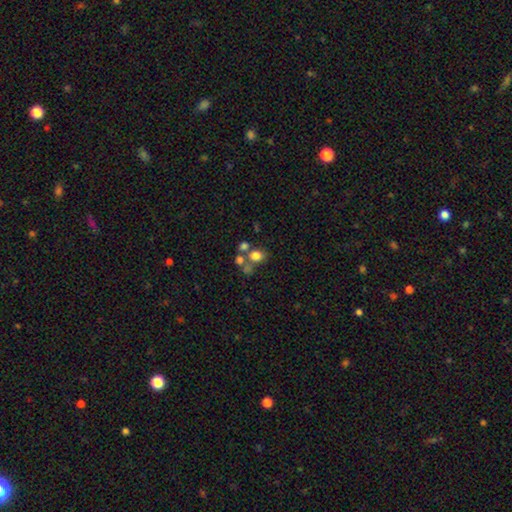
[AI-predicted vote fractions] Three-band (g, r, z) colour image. It shows a smooth galaxy with no disk features (71%) that is round (65%). Merging: none (45%).